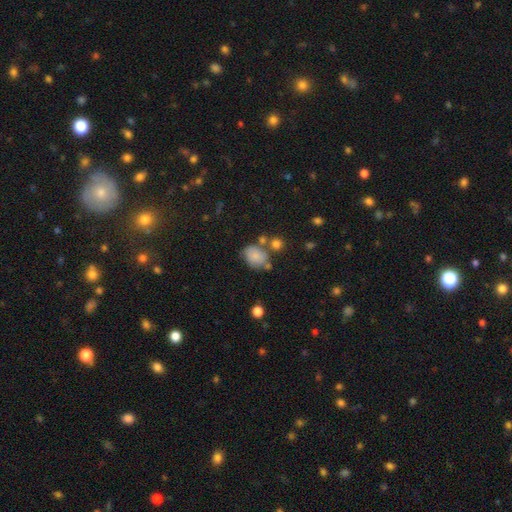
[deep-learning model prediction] A smooth galaxy with no disk features (77%) that is in between round and cigar-shaped (55%).

Vote fractions:
- Smooth or featured? smooth: 77% / featured or disk: 13% / star or artifact: 10%
- How rounded? in between: 55% / round: 44% / cigar-shaped: 1%
- Merging? none: 53% / minor disturbance: 21% / merger: 18% / major disturbance: 7%